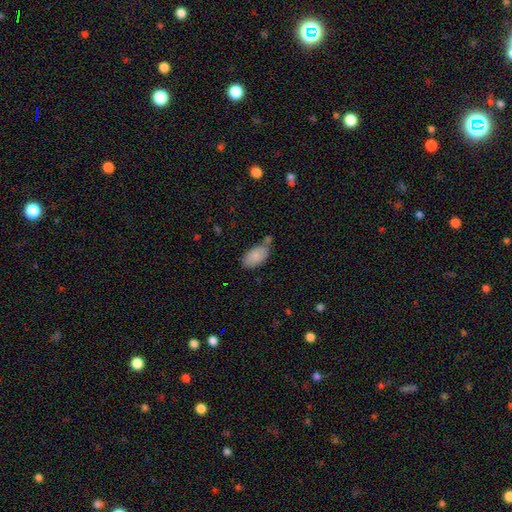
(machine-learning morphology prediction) type=smooth (87%); roundness=in between (95%); merging=none (56%).